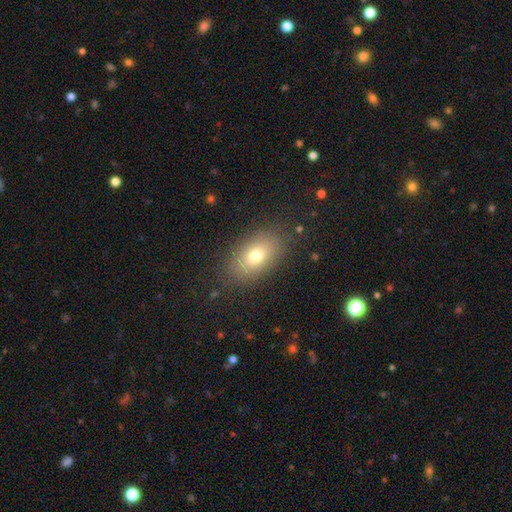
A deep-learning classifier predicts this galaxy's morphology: smooth_or_featured: smooth (p=0.75) [alt: featured or disk p=0.15]
how_rounded: in between (p=0.88) [alt: round p=0.10]
merging: none (p=0.83) [alt: minor disturbance p=0.11]